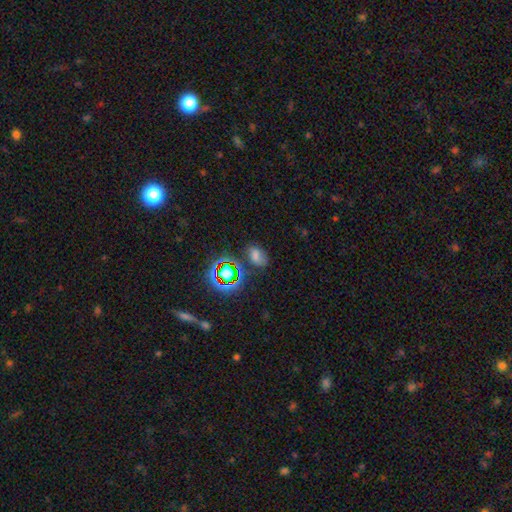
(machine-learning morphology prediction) Q: Smooth or featured?
A: smooth (51%); runner-up: star or artifact (37%)
Q: How rounded?
A: in between (79%); runner-up: round (18%)
Q: Merging?
A: none (69%); runner-up: minor disturbance (17%)